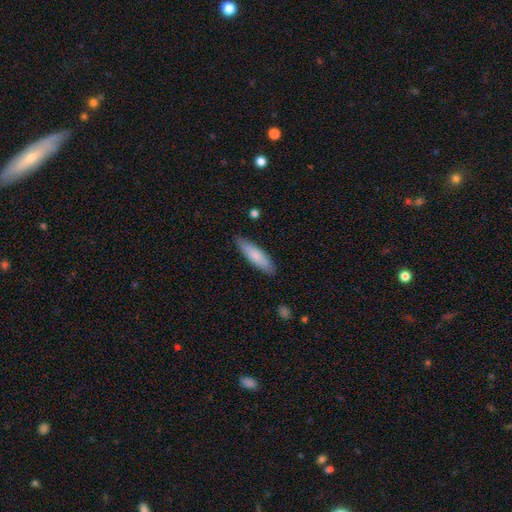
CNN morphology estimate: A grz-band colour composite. It shows a smooth galaxy with no disk features (78%) that is cigar-shaped (66%). Merging: none (86%).